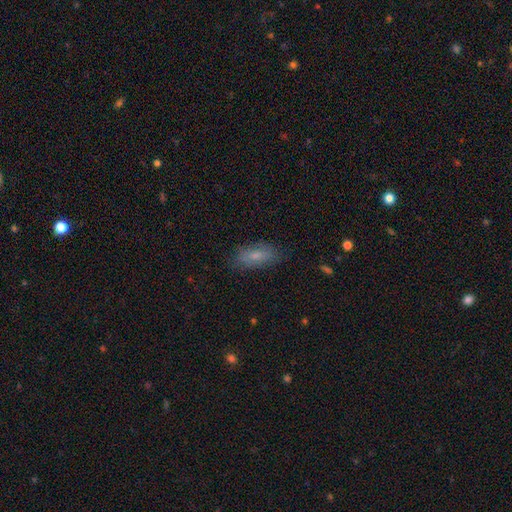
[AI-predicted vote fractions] This is likely a smooth galaxy (69%). How rounded: clearly in between (80%). Merging: likely none (80%).